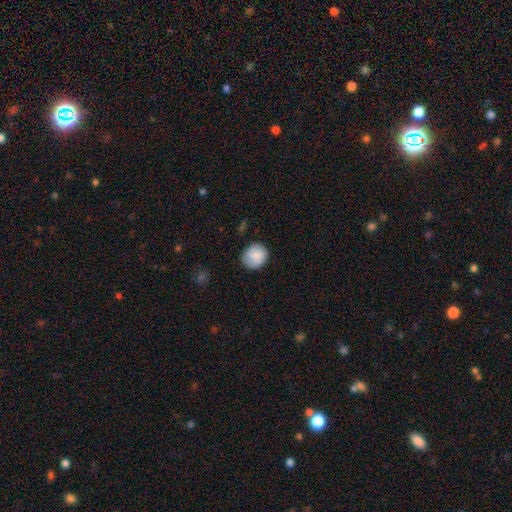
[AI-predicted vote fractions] smooth_or_featured: smooth (p=0.85) [alt: featured or disk p=0.08]
how_rounded: round (p=0.79) [alt: in between p=0.20]
merging: none (p=0.79) [alt: minor disturbance p=0.16]